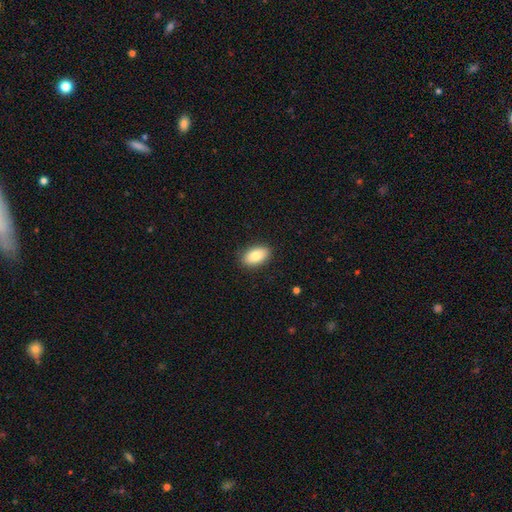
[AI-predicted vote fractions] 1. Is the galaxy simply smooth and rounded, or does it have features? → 85% smooth, 8% featured or disk, 7% star or artifact.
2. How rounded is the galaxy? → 93% in between, 5% round, 2% cigar-shaped.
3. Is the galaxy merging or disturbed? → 89% none, 8% minor disturbance, 2% major disturbance, 1% merger.